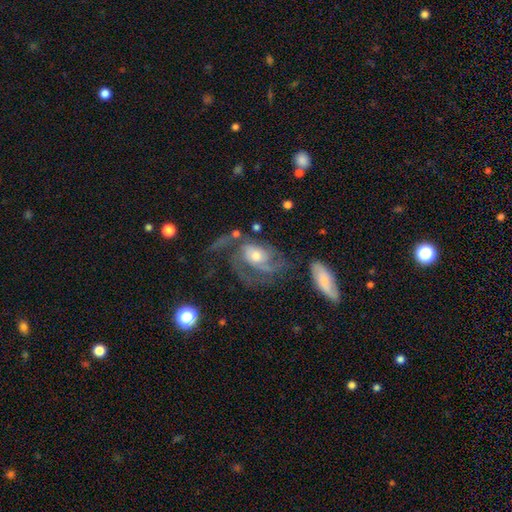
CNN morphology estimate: type=featured or disk (78%); edge-on=no (96%); bar=no (68%); spiral arms=yes (86%); winding=medium (44%); arm count=2 (34%); bulge=moderate (56%); merging=major disturbance (40%).